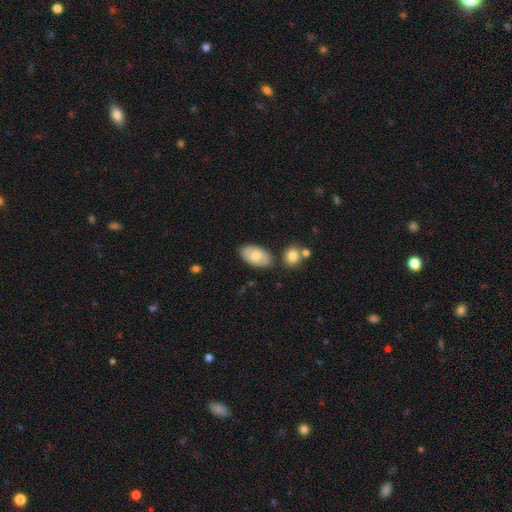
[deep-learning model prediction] smooth-or-featured: smooth: 62% | featured or disk: 32% | star or artifact: 6%
  how-rounded: in between: 93% | round: 5% | cigar-shaped: 2%
  merging: none: 78% | minor disturbance: 14% | merger: 5% | major disturbance: 3%